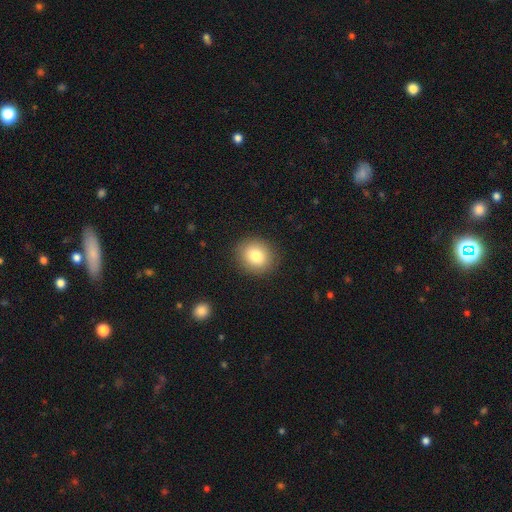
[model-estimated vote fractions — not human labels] This appears to be a smooth galaxy with no disk features (81%) that is round (79%). Merging: none (89%).